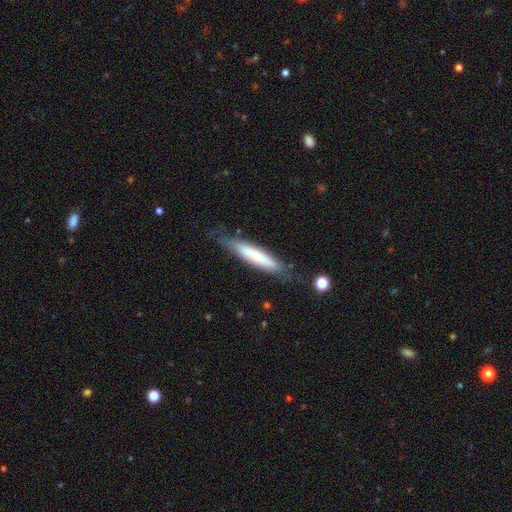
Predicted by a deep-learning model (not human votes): smooth_or_featured: smooth (p=0.65) [alt: featured or disk p=0.29]
how_rounded: cigar-shaped (p=0.89) [alt: in between p=0.10]
merging: none (p=0.74) [alt: minor disturbance p=0.19]